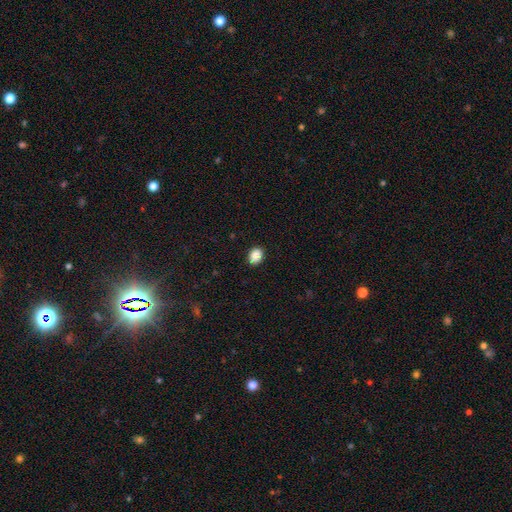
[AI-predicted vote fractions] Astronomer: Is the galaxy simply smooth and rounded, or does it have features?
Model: smooth — 86%.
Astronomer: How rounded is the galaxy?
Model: in between — 56% (runner-up: round, 43%).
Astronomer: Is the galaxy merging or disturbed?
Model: none — 84%.